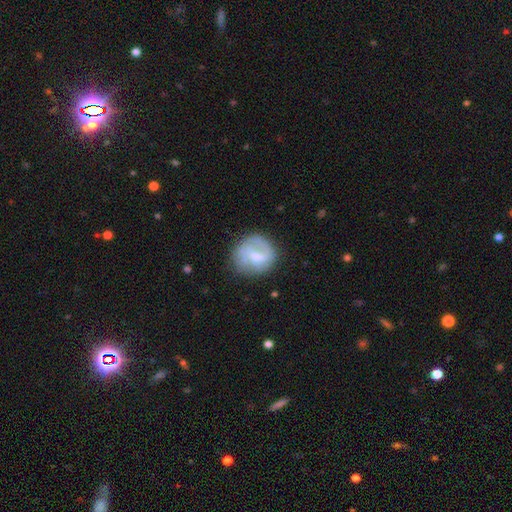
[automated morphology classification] Q: Smooth or featured?
A: featured or disk (48%); runner-up: smooth (45%)
Q: Merging?
A: none (63%); runner-up: minor disturbance (22%)